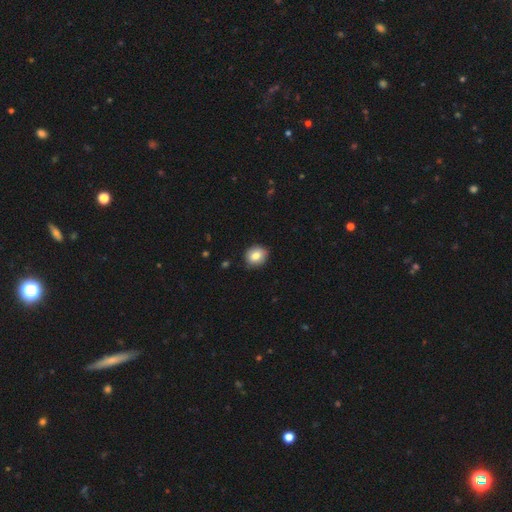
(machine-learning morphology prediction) smooth_or_featured: smooth (p=0.83) [alt: featured or disk p=0.08]
how_rounded: round (p=0.75) [alt: in between p=0.24]
merging: none (p=0.86) [alt: minor disturbance p=0.11]